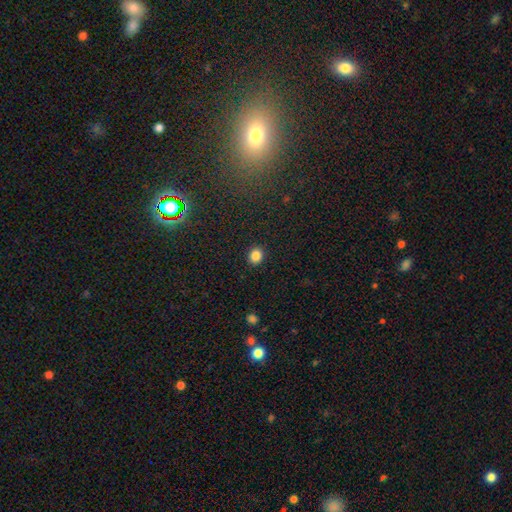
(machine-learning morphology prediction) This appears to be a smooth galaxy with no disk features (85%) that is round (70%). Merging: none (91%).